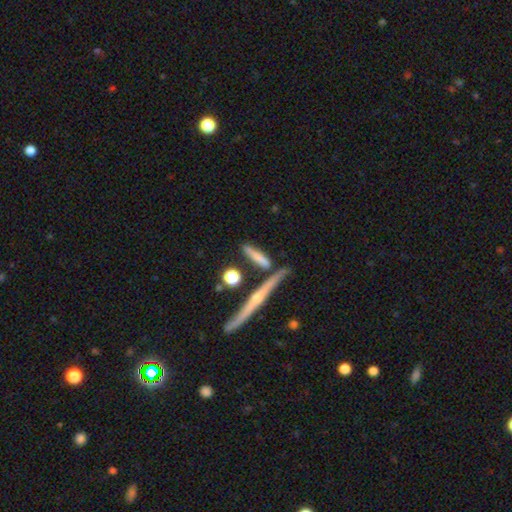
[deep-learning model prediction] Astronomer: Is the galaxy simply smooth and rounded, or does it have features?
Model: smooth — 56% (runner-up: featured or disk, 35%).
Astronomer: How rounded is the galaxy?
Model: cigar-shaped — 73%.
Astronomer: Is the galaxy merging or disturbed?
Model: none — 64%.